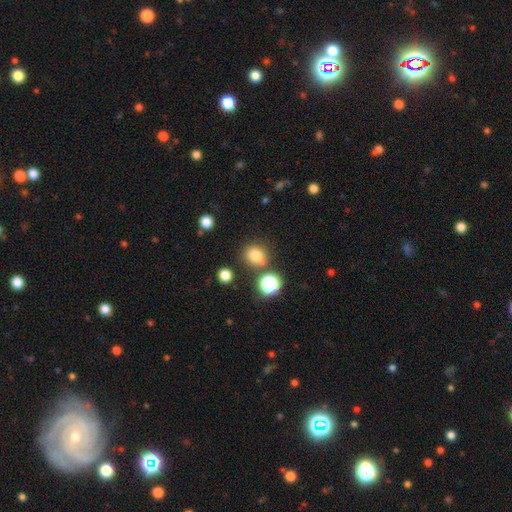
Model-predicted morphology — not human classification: This appears to be a smooth galaxy with no disk features (77%) that is round (81%). Merging: none (75%).